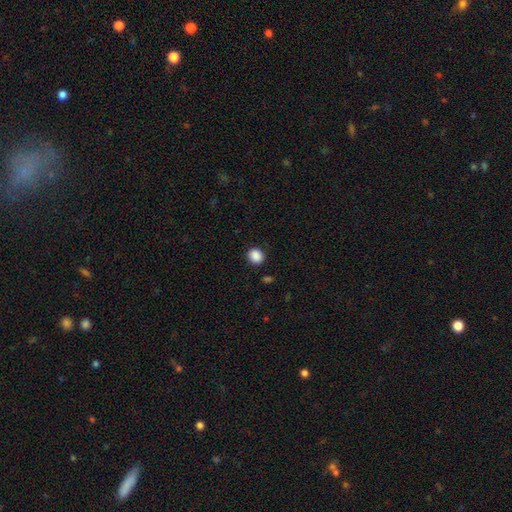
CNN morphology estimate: smooth-or-featured: smooth: 88% | star or artifact: 9% | featured or disk: 3%
  how-rounded: round: 71% | in between: 28% | cigar-shaped: 1%
  merging: none: 89% | minor disturbance: 8% | major disturbance: 2% | merger: 1%